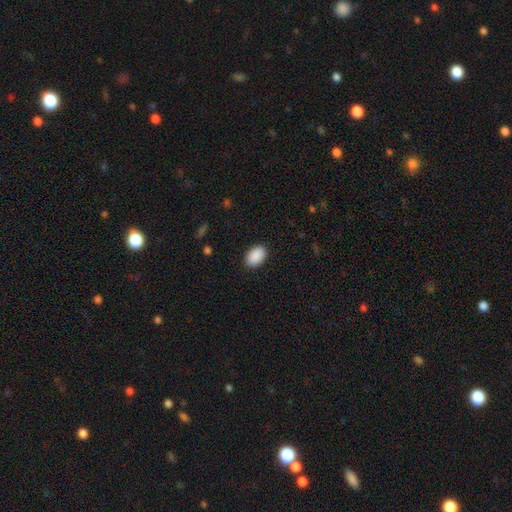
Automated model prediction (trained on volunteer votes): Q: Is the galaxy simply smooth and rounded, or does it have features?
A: smooth — 91%.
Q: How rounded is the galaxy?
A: in between — 88%.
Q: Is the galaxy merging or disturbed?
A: none — 89%.